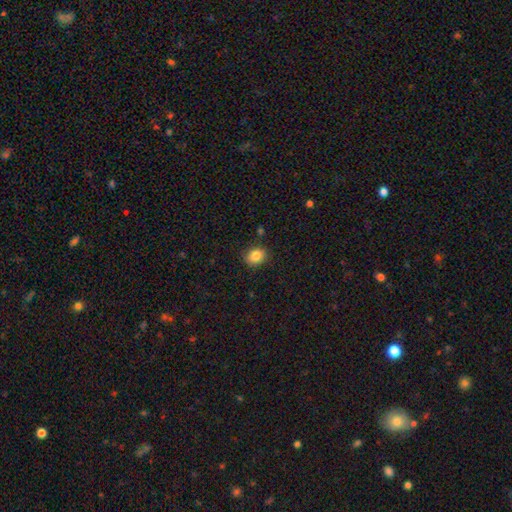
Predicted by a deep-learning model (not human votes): smooth-or-featured: smooth: 85% | star or artifact: 9% | featured or disk: 6%
  how-rounded: round: 51% | in between: 48% | cigar-shaped: 1%
  merging: none: 85% | minor disturbance: 11% | major disturbance: 3% | merger: 2%